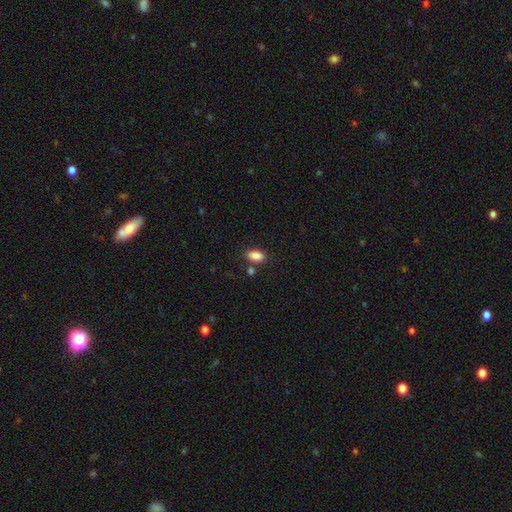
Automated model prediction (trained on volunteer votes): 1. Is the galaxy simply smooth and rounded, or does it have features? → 87% smooth, 9% star or artifact, 4% featured or disk.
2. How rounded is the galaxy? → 89% in between, 9% round, 2% cigar-shaped.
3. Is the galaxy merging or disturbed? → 76% none, 12% minor disturbance, 8% merger, 3% major disturbance.